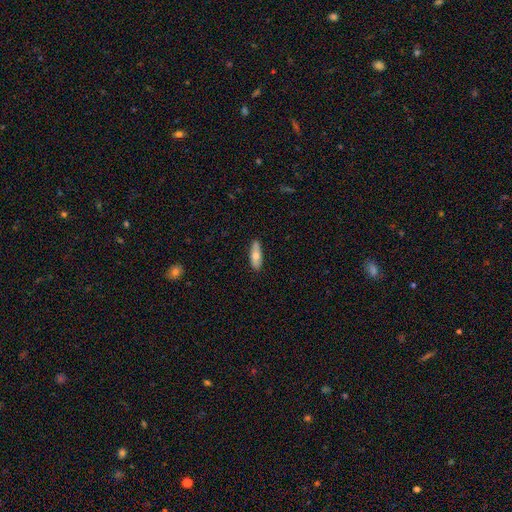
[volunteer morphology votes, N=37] type=smooth (68%); roundness=cigar-shaped (52%); merging=none (78%).